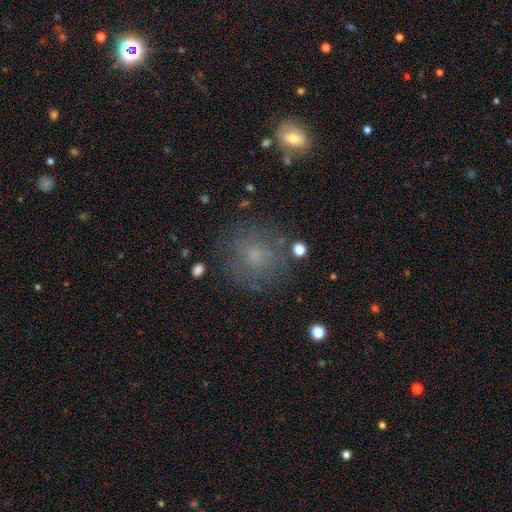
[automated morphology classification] Smooth or featured: smooth — 61% (featured or disk — 21%)
How rounded: round — 88% (in between — 10%)
Merging: none — 77% (minor disturbance — 14%)